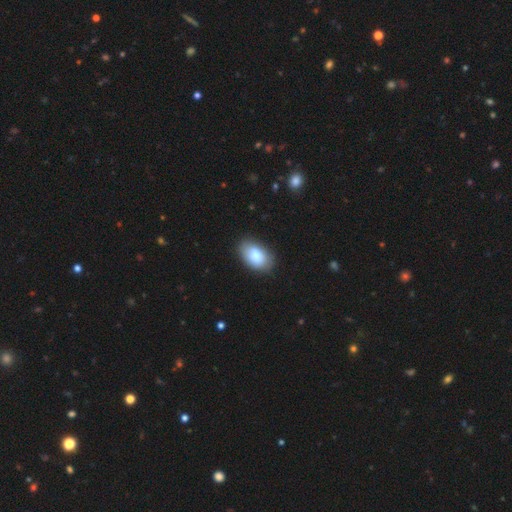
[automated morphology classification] A smooth galaxy with no disk features (84%) that is in between round and cigar-shaped (92%). Merging: none (80%).